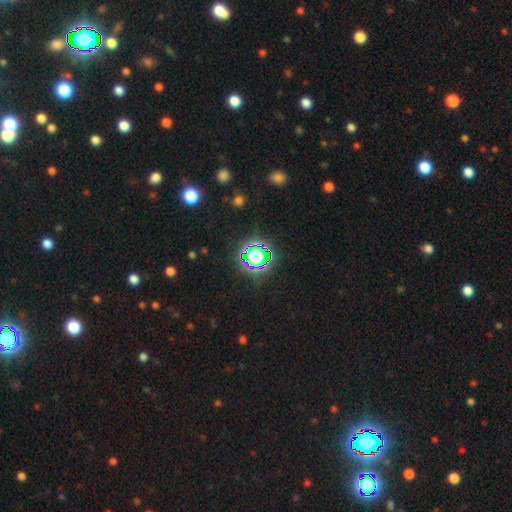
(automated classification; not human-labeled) Morphology: type=star or artifact (61%).